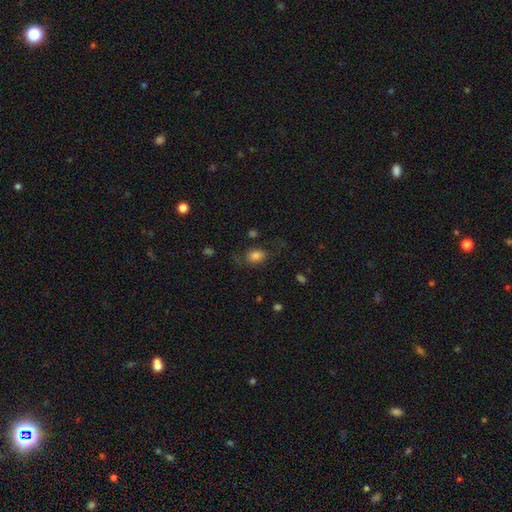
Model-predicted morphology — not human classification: Smooth or featured? Predicted: smooth (p=0.80). How rounded? Predicted: in between (p=0.72). Merging? Predicted: none (p=0.65).